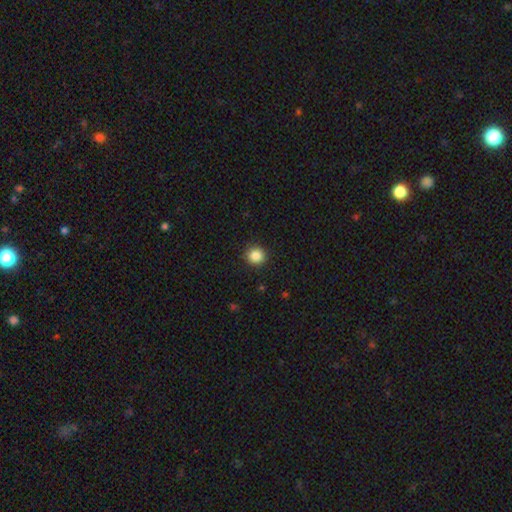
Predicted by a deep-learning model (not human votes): Smooth or featured? Predicted: smooth (p=0.87). How rounded? Predicted: round (p=0.92). Merging? Predicted: none (p=0.92).